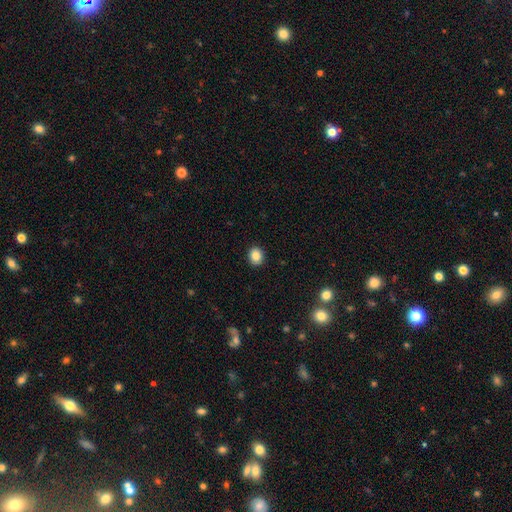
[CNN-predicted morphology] A smooth galaxy with no disk features (87%) that is round (68%).

Vote fractions:
- Smooth or featured? smooth: 87% / star or artifact: 9% / featured or disk: 4%
- How rounded? round: 68% / in between: 31% / cigar-shaped: 1%
- Merging? none: 91% / minor disturbance: 6% / major disturbance: 2% / merger: 1%